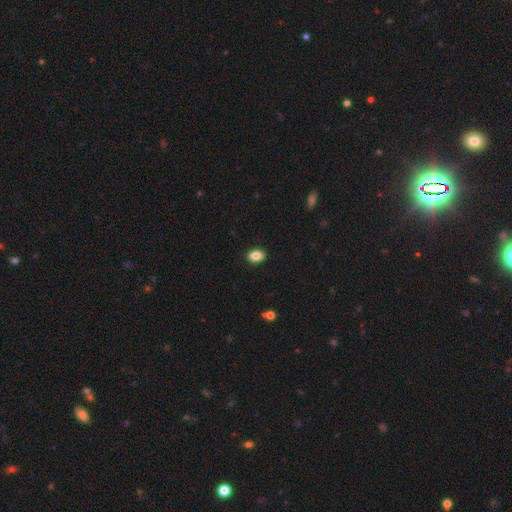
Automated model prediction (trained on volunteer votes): This appears to be a smooth galaxy with no disk features (86%) that is in between round and cigar-shaped (80%). Merging: none (90%).